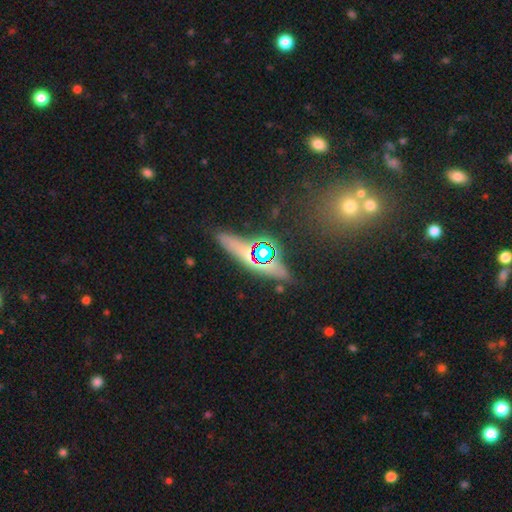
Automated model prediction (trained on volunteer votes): Smooth or featured: star or artifact — 39% (tied with smooth — 39%)